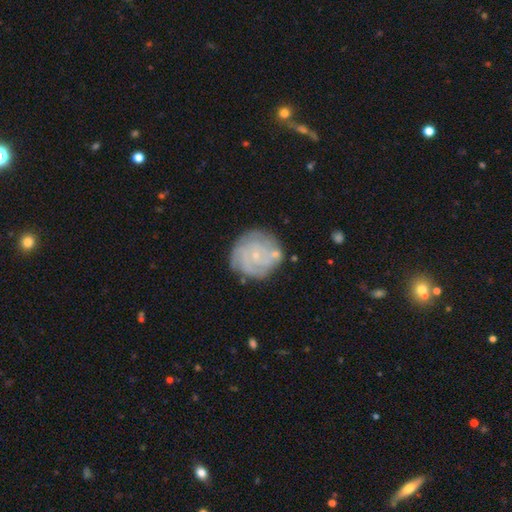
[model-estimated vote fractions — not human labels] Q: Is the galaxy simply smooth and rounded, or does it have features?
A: featured or disk — 73%.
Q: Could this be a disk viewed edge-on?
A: no — 98%.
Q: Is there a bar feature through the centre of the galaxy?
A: no — 78%.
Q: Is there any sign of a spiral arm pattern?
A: yes — 90%.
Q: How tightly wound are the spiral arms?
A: tight — 73%.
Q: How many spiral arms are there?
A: can't tell — 36%.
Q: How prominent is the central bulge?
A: small — 83%.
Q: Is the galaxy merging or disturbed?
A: none — 72%.